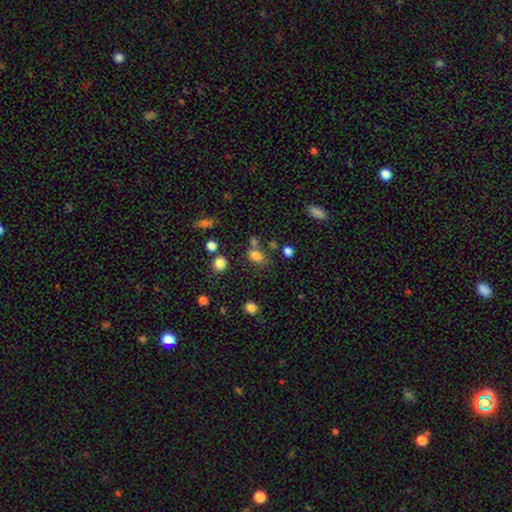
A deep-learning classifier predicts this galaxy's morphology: This appears to be a smooth galaxy with no disk features (79%) that is in between round and cigar-shaped (63%). Merging: none (56%).